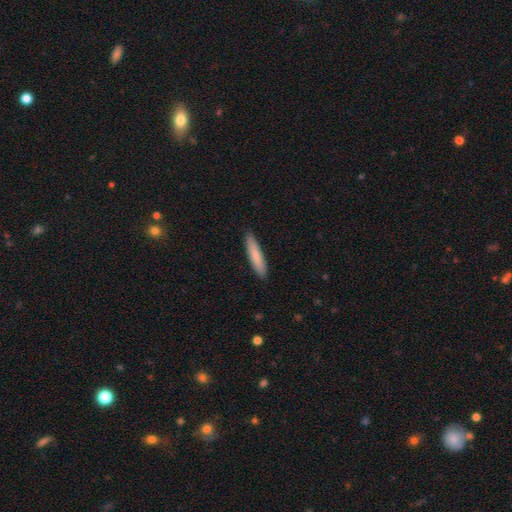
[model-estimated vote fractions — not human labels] A smooth galaxy with no disk features (81%) that is cigar-shaped (87%).

Vote fractions:
- Smooth or featured? smooth: 81% / featured or disk: 13% / star or artifact: 5%
- How rounded? cigar-shaped: 87% / in between: 12% / round: 1%
- Merging? none: 90% / minor disturbance: 7% / major disturbance: 1% / merger: 1%